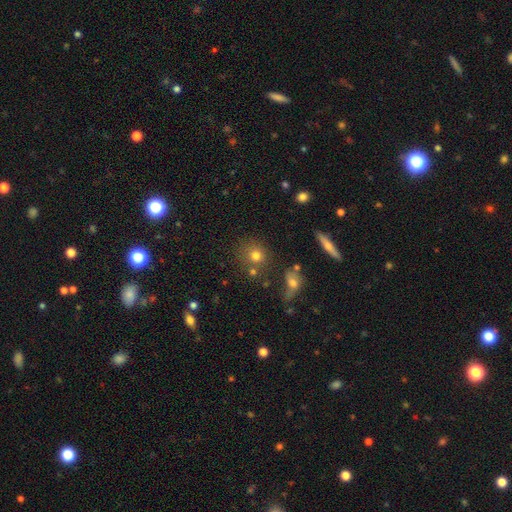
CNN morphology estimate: This appears to be a smooth galaxy with no disk features (76%) that is round (85%). Merging: none (64%).